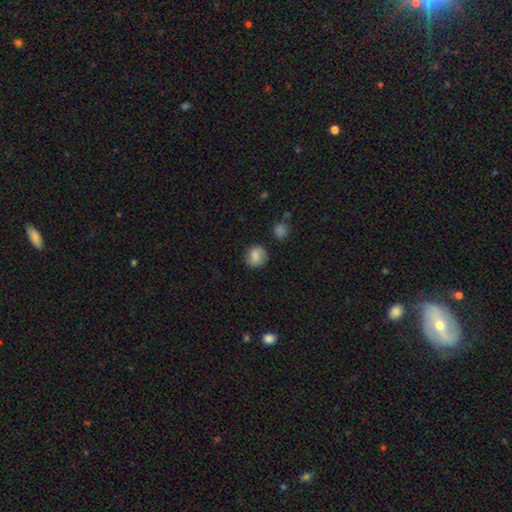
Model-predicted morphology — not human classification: This appears to be a smooth galaxy with no disk features (79%) that is round (84%). Merging: none (82%).